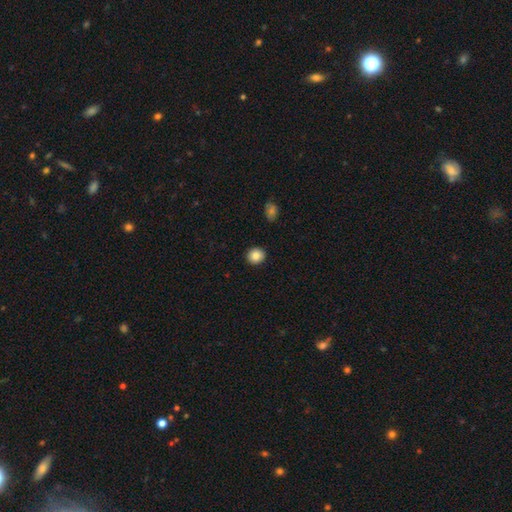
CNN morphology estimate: A smooth galaxy with no disk features (86%) that is round (83%). Merging: none (91%).